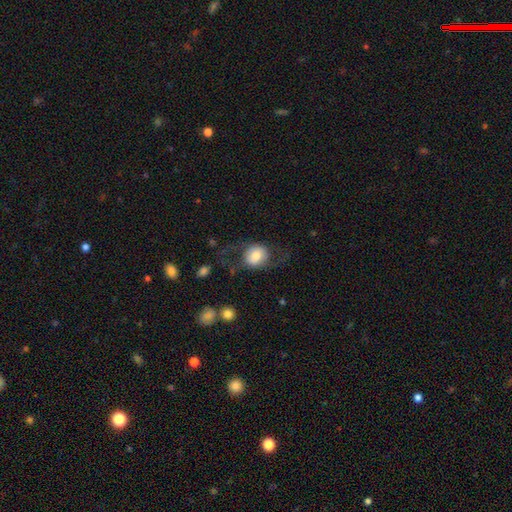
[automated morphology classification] Smooth or featured: smooth — 62% (featured or disk — 31%)
How rounded: round — 73% (in between — 26%)
Merging: none — 61% (major disturbance — 21%)